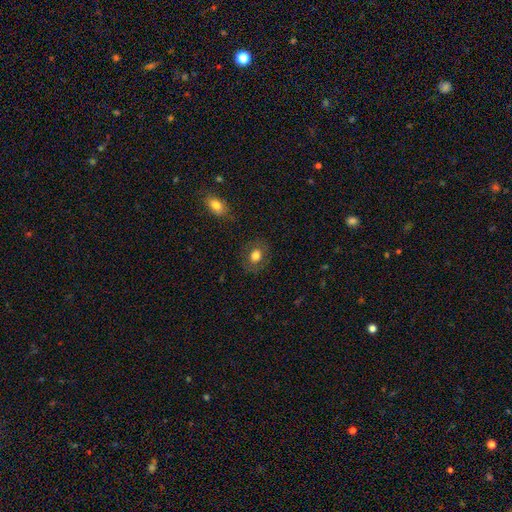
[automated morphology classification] smooth_or_featured: smooth (p=0.75) [alt: featured or disk p=0.14]
how_rounded: round (p=0.57) [alt: in between p=0.42]
merging: none (p=0.83) [alt: minor disturbance p=0.11]